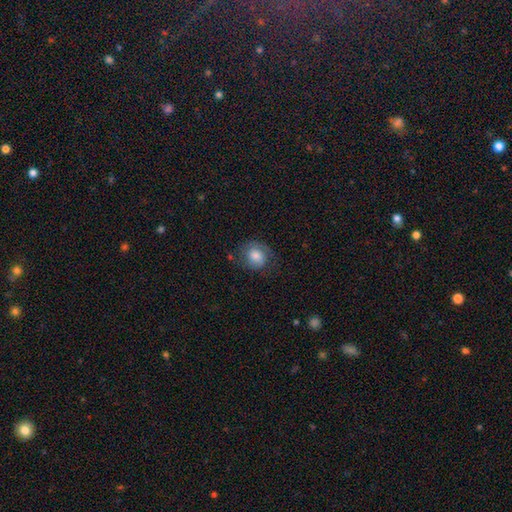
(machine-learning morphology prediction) Overall: smooth (54%; featured or disk 38%). How rounded: round (70%). Merging: none (64%).